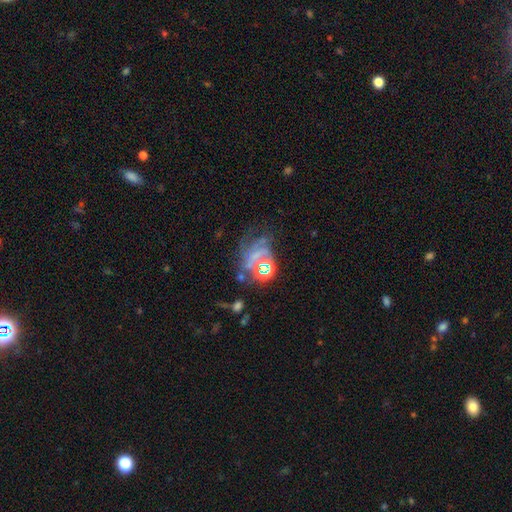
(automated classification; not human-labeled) The model was most divided on "smooth or featured": star or artifact: 45%, featured or disk: 34%, smooth: 21%.